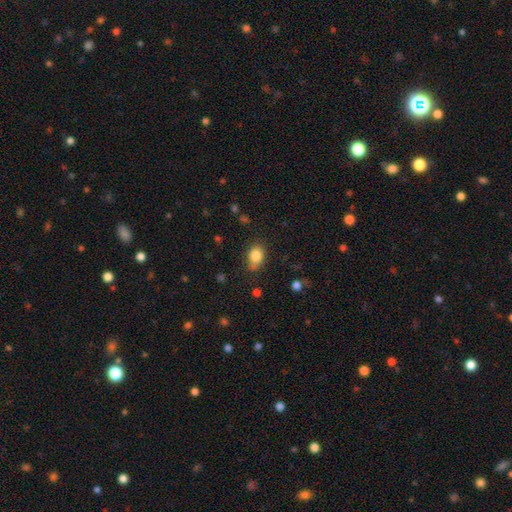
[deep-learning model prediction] Smooth or featured? smooth (84%)
How rounded? in between (68%)
Merging? none (68%)